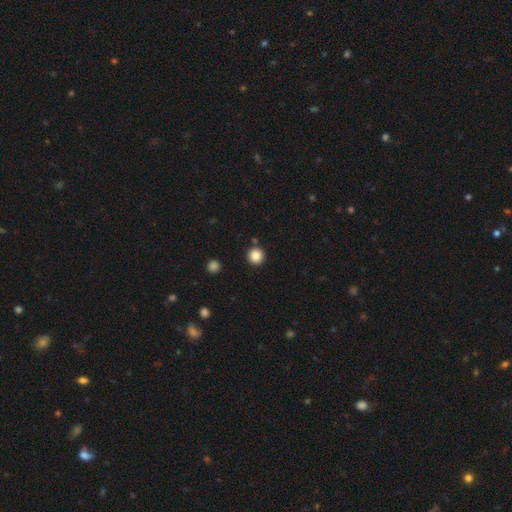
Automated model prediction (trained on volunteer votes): smooth-or-featured: smooth: 86% | star or artifact: 10% | featured or disk: 4%
  how-rounded: round: 96% | in between: 3% | cigar-shaped: 1%
  merging: none: 90% | minor disturbance: 5% | merger: 3% | major disturbance: 2%